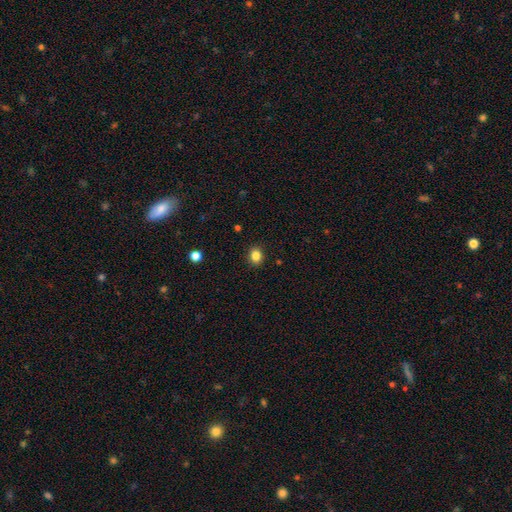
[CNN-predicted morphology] A smooth galaxy with no disk features (84%) that is round (66%). Merging: none (90%).